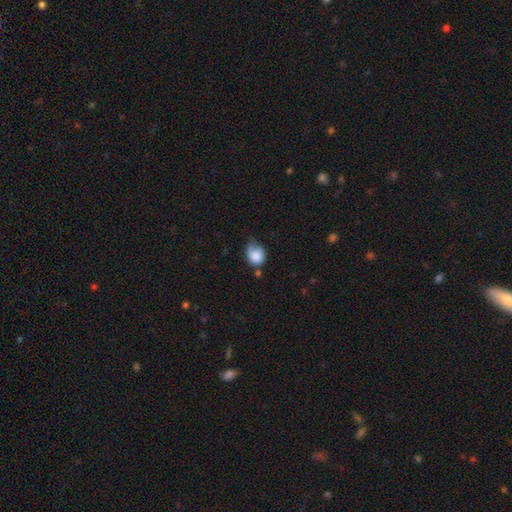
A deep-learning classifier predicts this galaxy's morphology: A smooth galaxy with no disk features (82%) that is in between round and cigar-shaped (50%). Merging: minor disturbance (45%).